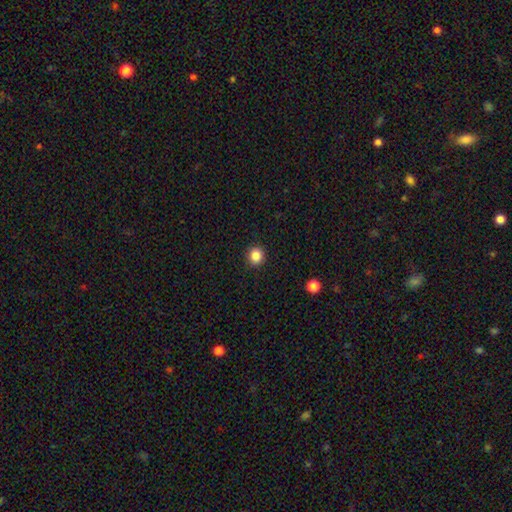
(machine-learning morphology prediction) Smooth or featured? smooth (86%)
How rounded? round (89%)
Merging? none (92%)